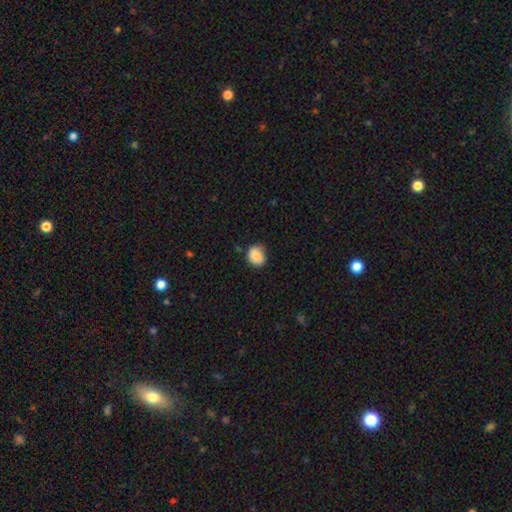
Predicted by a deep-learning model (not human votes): Overall: smooth (86%). How rounded: round (54%; in between 45%). Merging: none (68%).